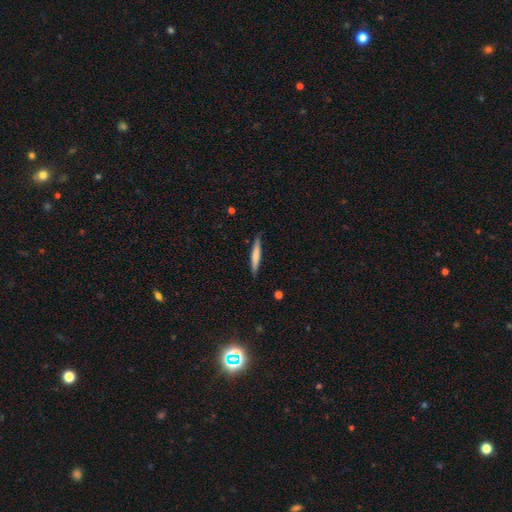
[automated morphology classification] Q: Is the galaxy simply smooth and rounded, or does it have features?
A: smooth — 66%.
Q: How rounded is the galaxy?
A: cigar-shaped — 94%.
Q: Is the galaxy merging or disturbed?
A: none — 89%.